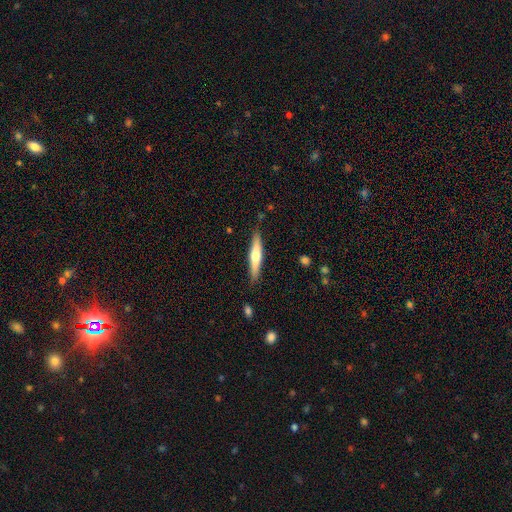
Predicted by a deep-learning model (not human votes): This appears to be a smooth galaxy with no disk features (49%). Merging: none (86%).